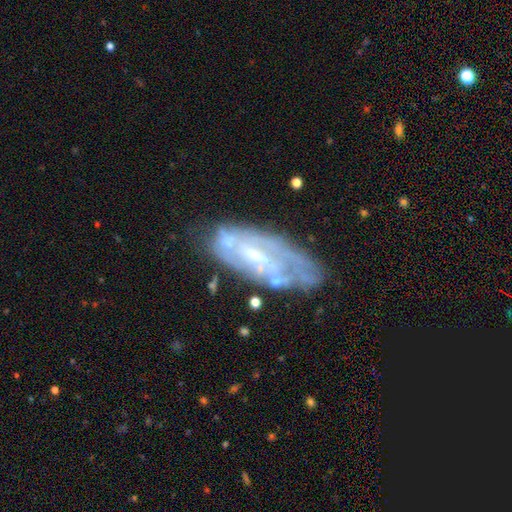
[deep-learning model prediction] Smooth or featured: featured or disk — 74% (smooth — 18%)
Edge-on disk: no — 88% (yes — 12%)
Bar: weak — 43% (no — 35%)
Spiral arms: yes — 67% (no — 33%)
Bulge size: small — 49% (moderate — 28%)
Merging: none — 57% (minor disturbance — 24%)